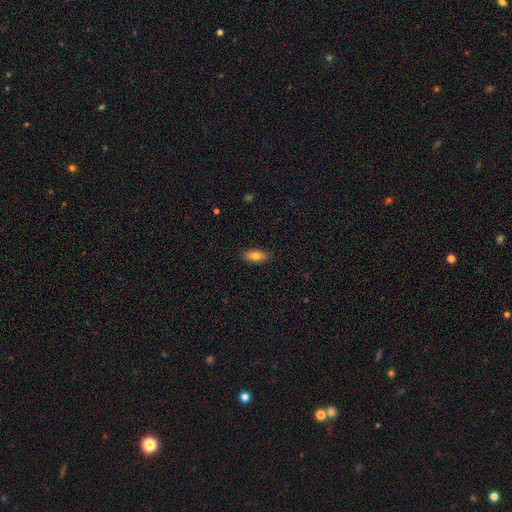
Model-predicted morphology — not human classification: Smooth or featured? smooth (79%)
How rounded? in between (83%)
Merging? none (89%)